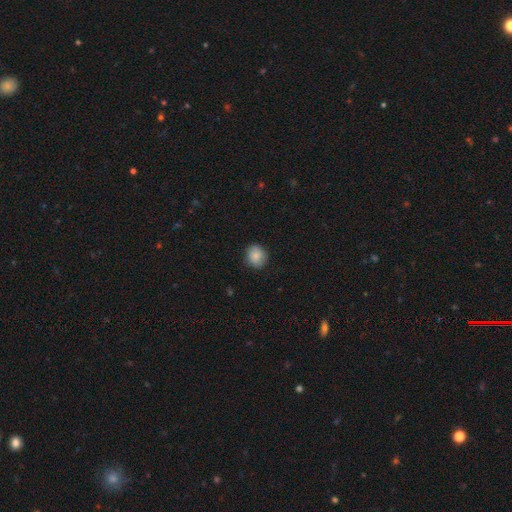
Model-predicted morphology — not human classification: Smooth or featured? smooth (85%)
How rounded? round (85%)
Merging? none (86%)